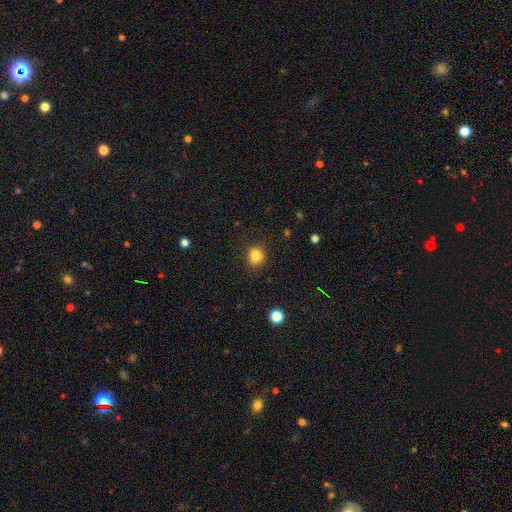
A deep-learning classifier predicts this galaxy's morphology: smooth 80%, star or artifact 12%, featured or disk 7%. Down the decision tree: how rounded — round (76%); merging — none (76%).